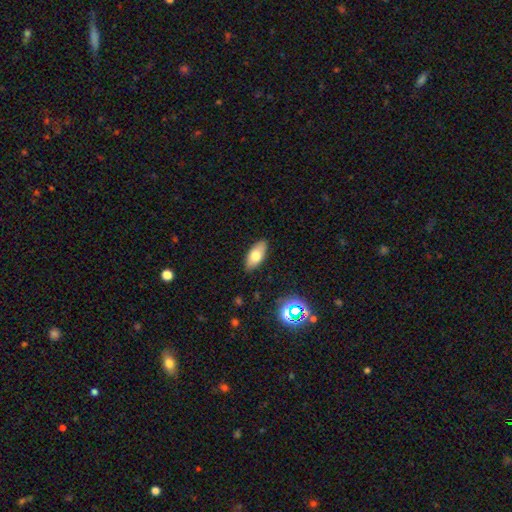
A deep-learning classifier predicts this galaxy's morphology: Smooth or featured: smooth — 71% (featured or disk — 20%)
How rounded: in between — 87% (cigar-shaped — 10%)
Merging: none — 88% (minor disturbance — 9%)